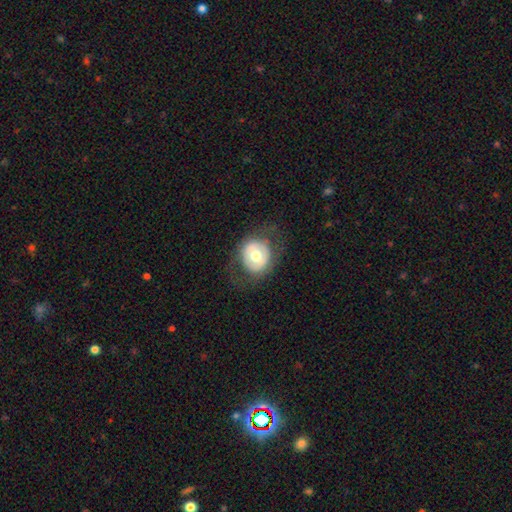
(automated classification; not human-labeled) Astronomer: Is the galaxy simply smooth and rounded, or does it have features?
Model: smooth — 49% (runner-up: featured or disk, 44%).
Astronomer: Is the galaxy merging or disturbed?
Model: none — 74%.